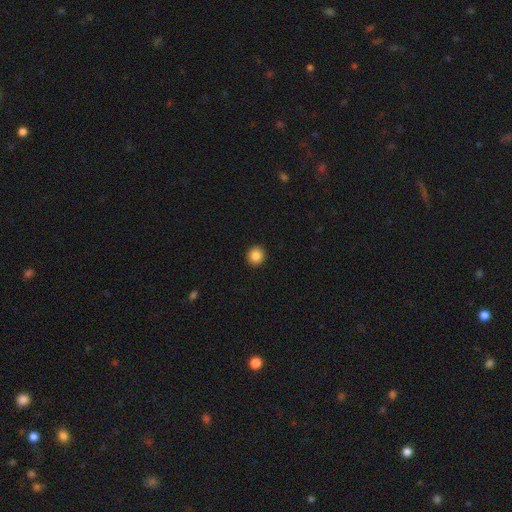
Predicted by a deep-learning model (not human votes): A smooth galaxy with no disk features (86%) that is round (92%).

Vote fractions:
- Smooth or featured? smooth: 86% / star or artifact: 10% / featured or disk: 4%
- How rounded? round: 92% / in between: 7% / cigar-shaped: 1%
- Merging? none: 93% / minor disturbance: 4% / major disturbance: 2% / merger: 1%